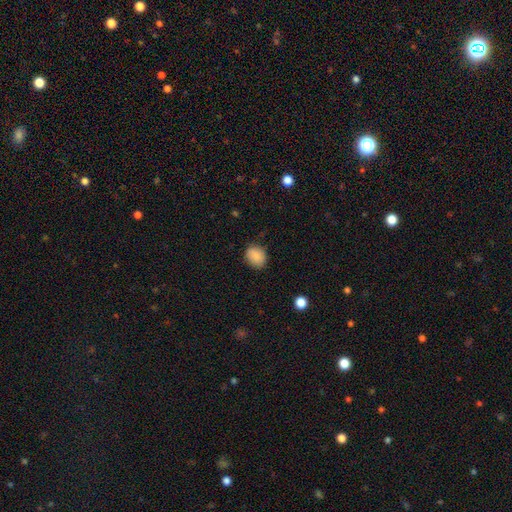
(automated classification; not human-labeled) The model was most divided on "how rounded": round: 51%, in between: 48%, cigar-shaped: 1%. More confident: smooth or featured — smooth (87%); merging — none (83%).